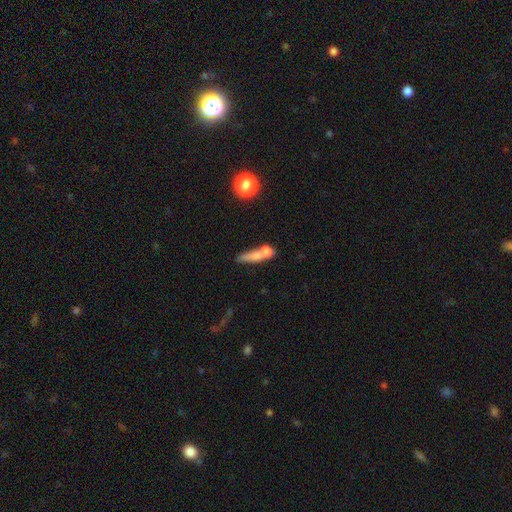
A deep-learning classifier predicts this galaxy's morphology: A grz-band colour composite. It shows a smooth galaxy with no disk features (63%) that is cigar-shaped (59%). Merging: merger (45%).